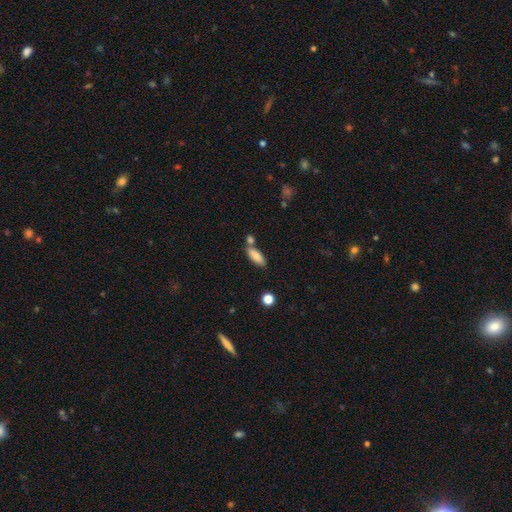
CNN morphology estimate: Smooth or featured? smooth (85%)
How rounded? in between (74%)
Merging? none (63%)